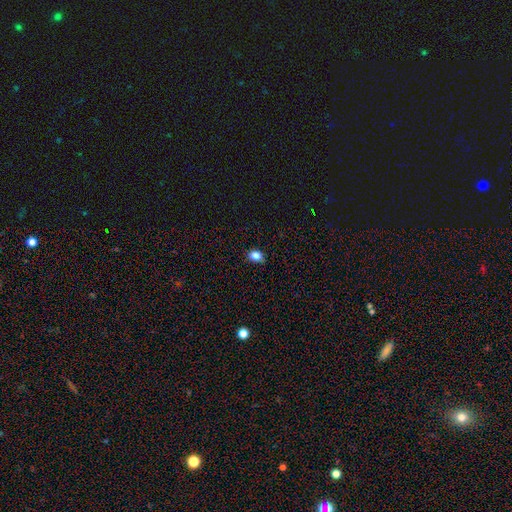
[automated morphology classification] Smooth or featured? Predicted: smooth (p=0.83). How rounded? Predicted: in between (p=0.63). Merging? Predicted: none (p=0.77).